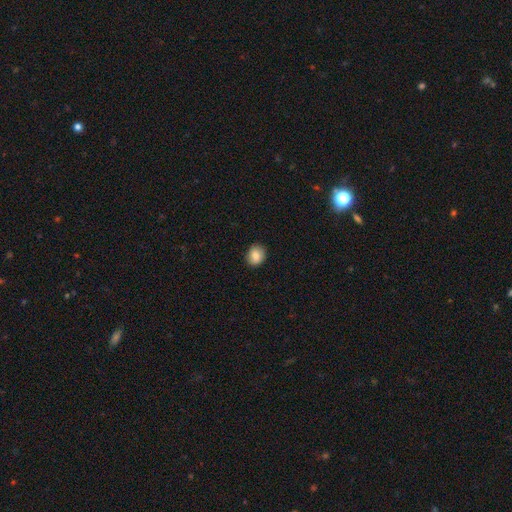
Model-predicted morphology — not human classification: A smooth galaxy with no disk features (82%) that is round (66%).

Vote fractions:
- Smooth or featured? smooth: 82% / featured or disk: 9% / star or artifact: 8%
- How rounded? round: 66% / in between: 33% / cigar-shaped: 1%
- Merging? none: 89% / minor disturbance: 8% / major disturbance: 2% / merger: 1%